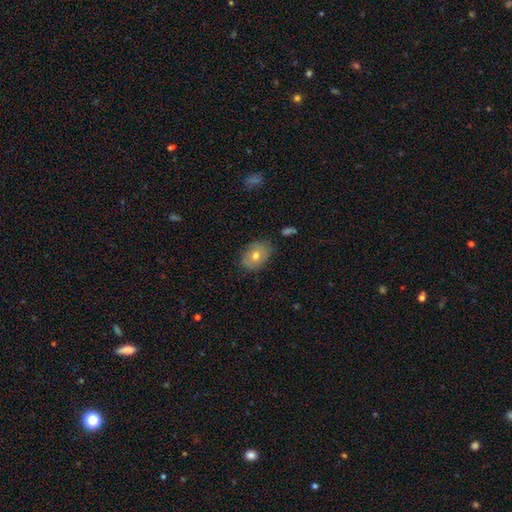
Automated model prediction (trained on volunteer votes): smooth_or_featured: smooth (p=0.69) [alt: featured or disk p=0.23]
how_rounded: in between (p=0.77) [alt: round p=0.22]
merging: none (p=0.79) [alt: minor disturbance p=0.16]